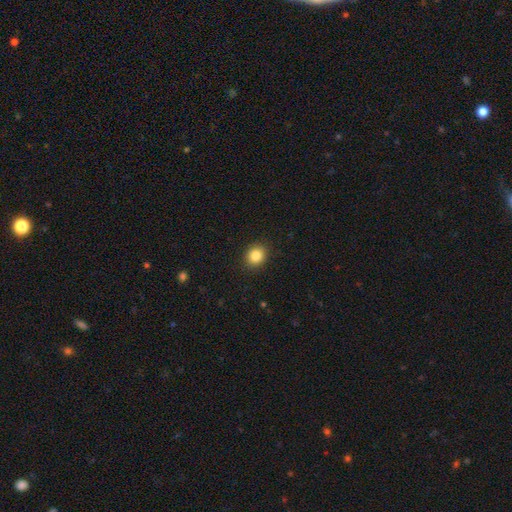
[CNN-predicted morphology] Q: Smooth or featured?
A: smooth (85%); runner-up: star or artifact (10%)
Q: How rounded?
A: round (68%); runner-up: in between (31%)
Q: Merging?
A: none (91%); runner-up: minor disturbance (6%)